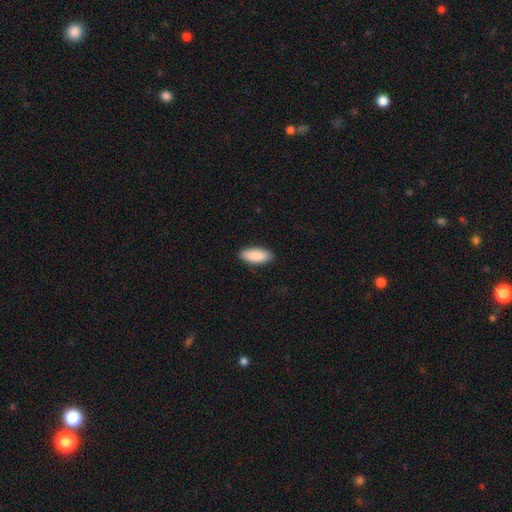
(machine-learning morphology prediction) type=smooth (90%); roundness=in between (82%); merging=none (89%).